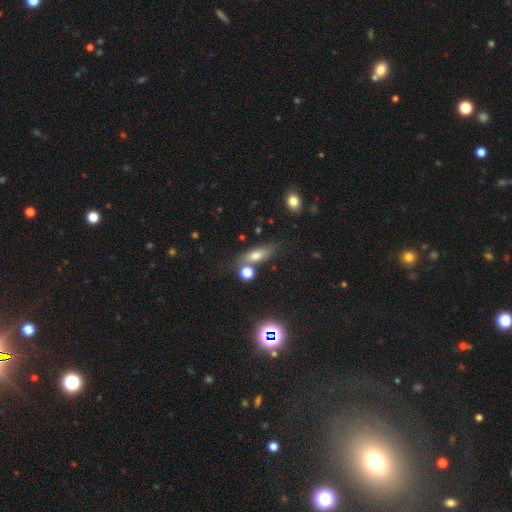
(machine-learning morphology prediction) A smooth galaxy with no disk features (65%) that is in between round and cigar-shaped (61%).

Vote fractions:
- Smooth or featured? smooth: 65% / featured or disk: 19% / star or artifact: 16%
- How rounded? in between: 61% / cigar-shaped: 30% / round: 10%
- Merging? none: 66% / merger: 15% / minor disturbance: 14% / major disturbance: 5%